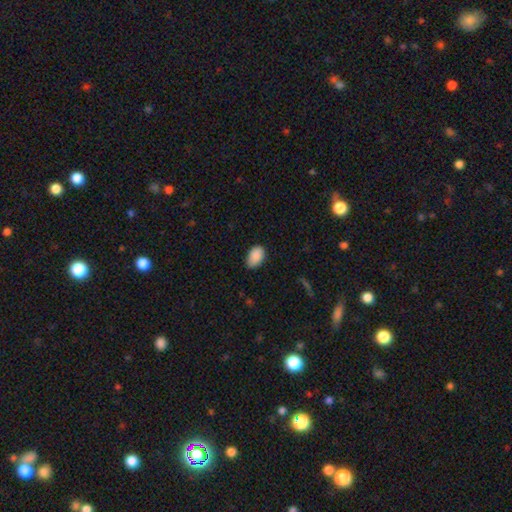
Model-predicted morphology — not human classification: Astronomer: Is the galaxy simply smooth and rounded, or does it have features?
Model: smooth — 89%.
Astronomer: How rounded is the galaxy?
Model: in between — 91%.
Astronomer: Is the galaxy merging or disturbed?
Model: none — 75%.